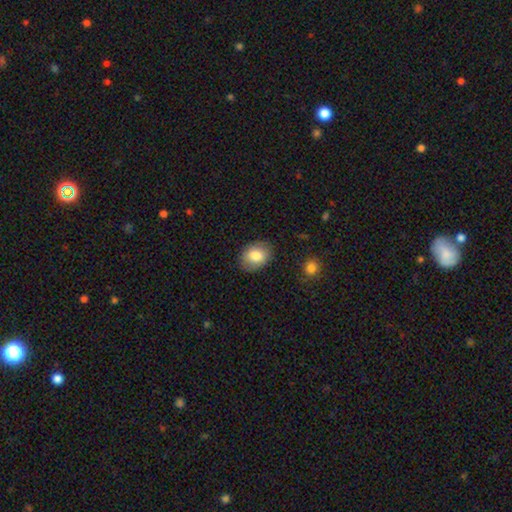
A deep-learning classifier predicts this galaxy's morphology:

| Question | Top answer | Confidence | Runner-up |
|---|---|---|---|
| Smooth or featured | smooth | 81% | featured or disk (11%) |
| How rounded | in between | 66% | round (34%) |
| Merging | none | 85% | minor disturbance (11%) |